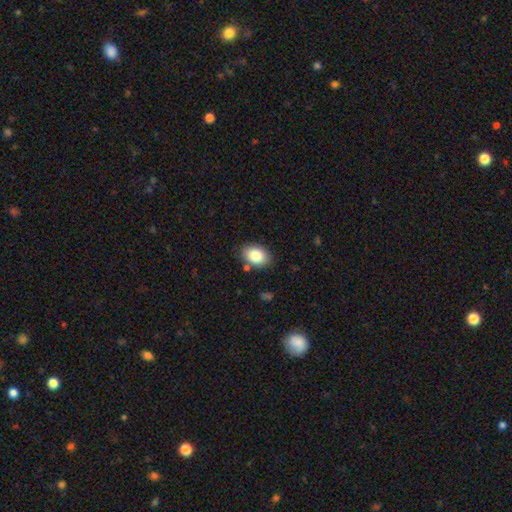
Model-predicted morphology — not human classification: Smooth or featured? smooth (83%)
How rounded? in between (81%)
Merging? none (83%)